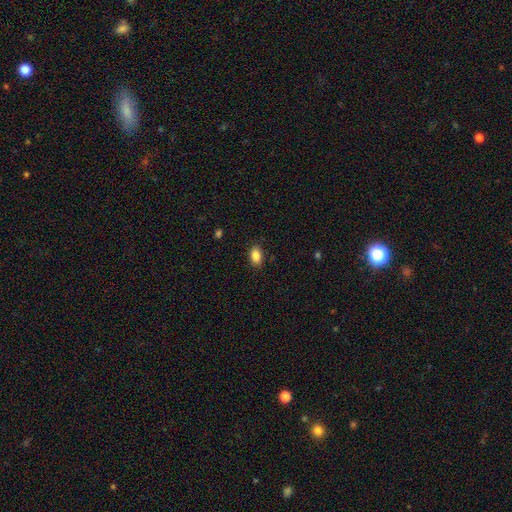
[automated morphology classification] Q: Smooth or featured?
A: smooth (87%); runner-up: star or artifact (8%)
Q: How rounded?
A: in between (89%); runner-up: round (9%)
Q: Merging?
A: none (86%); runner-up: minor disturbance (10%)